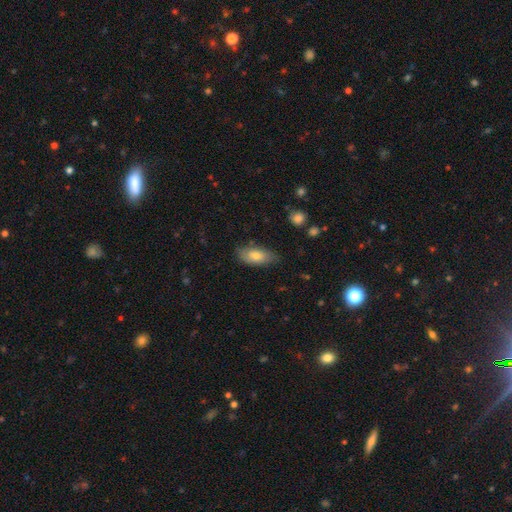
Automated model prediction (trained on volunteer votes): smooth-or-featured: smooth: 73% | featured or disk: 20% | star or artifact: 7%
  how-rounded: in between: 86% | cigar-shaped: 11% | round: 3%
  merging: none: 74% | minor disturbance: 20% | major disturbance: 4% | merger: 1%